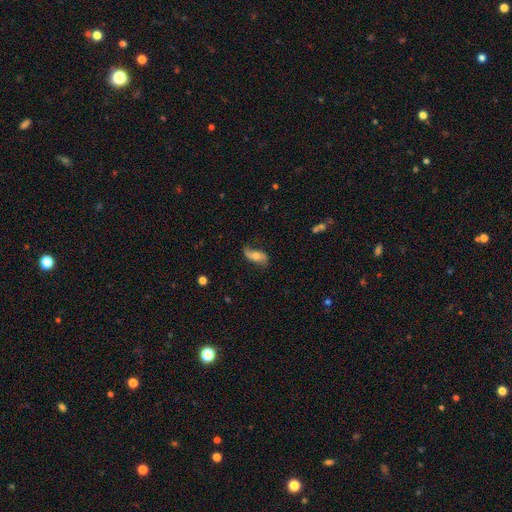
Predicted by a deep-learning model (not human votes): Overall: featured or disk (67%). Edge-on disk: no (89%). Bar: no (59%; weak 28%). Spiral arms: yes (90%). Spiral arm count: 2 (89%). Spiral winding: loose (82%). Bulge size: moderate (57%; small 31%). Merging: none (68%).